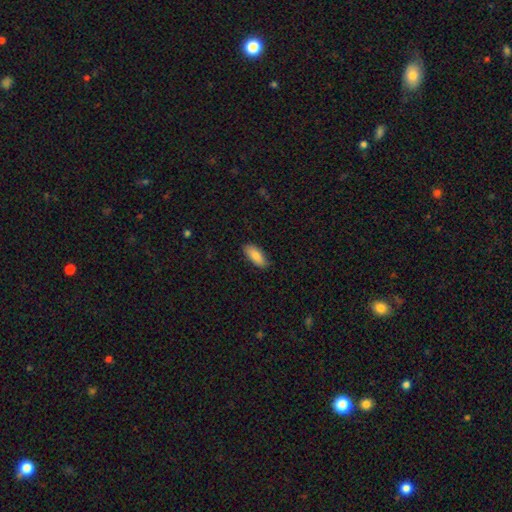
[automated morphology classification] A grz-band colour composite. It shows a smooth galaxy with no disk features (84%) that is in between round and cigar-shaped (82%). Merging: none (84%).